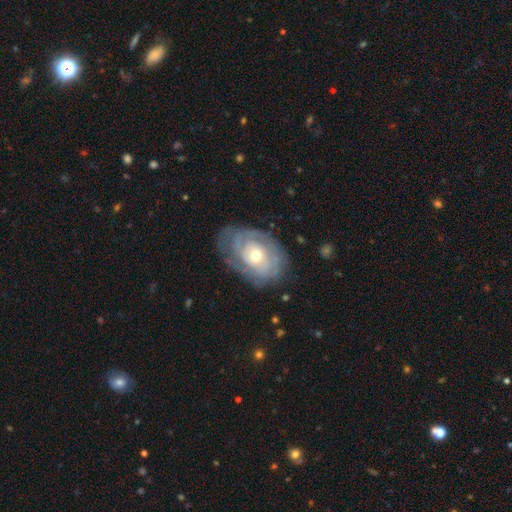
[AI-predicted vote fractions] Smooth or featured? Predicted: featured or disk (p=0.77). Edge-on disk? Predicted: no (p=0.95). Bar? Predicted: no (p=0.79). Spiral arms? Predicted: yes (p=0.81). Spiral winding? Predicted: tight (p=0.74). Spiral arm count? Predicted: can't tell (p=0.53). Bulge size? Predicted: moderate (p=0.64). Merging? Predicted: none (p=0.69).